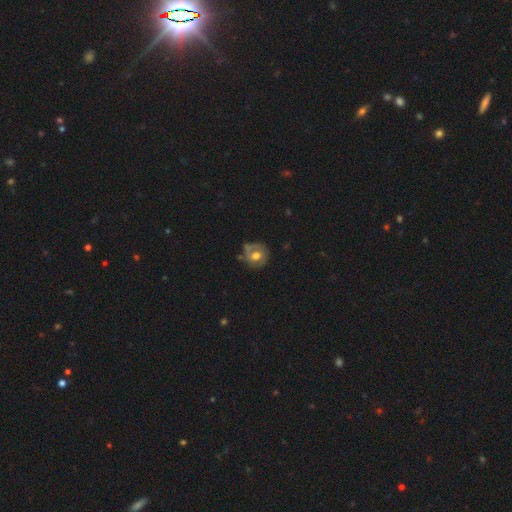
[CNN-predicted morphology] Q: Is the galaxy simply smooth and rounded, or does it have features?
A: smooth — 47%.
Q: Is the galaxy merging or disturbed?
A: none — 60%.